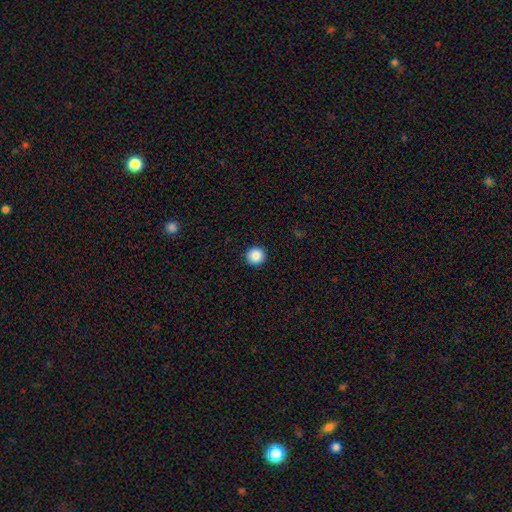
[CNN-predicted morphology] Q: Smooth or featured?
A: smooth (88%); runner-up: star or artifact (9%)
Q: How rounded?
A: round (96%); runner-up: in between (4%)
Q: Merging?
A: none (93%); runner-up: minor disturbance (4%)